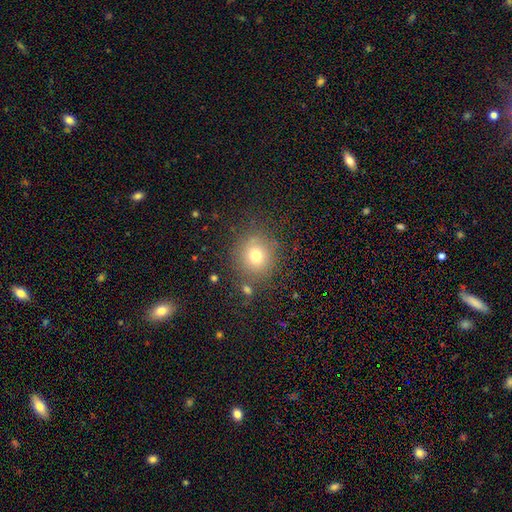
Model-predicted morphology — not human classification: smooth_or_featured: smooth (p=0.73) [alt: star or artifact p=0.15]
how_rounded: round (p=0.86) [alt: in between p=0.13]
merging: none (p=0.79) [alt: minor disturbance p=0.11]